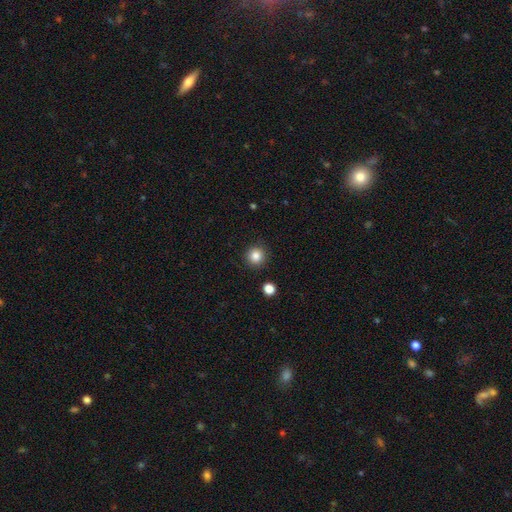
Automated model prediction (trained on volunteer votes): Morphology: type=smooth (85%); roundness=round (94%); merging=none (90%).